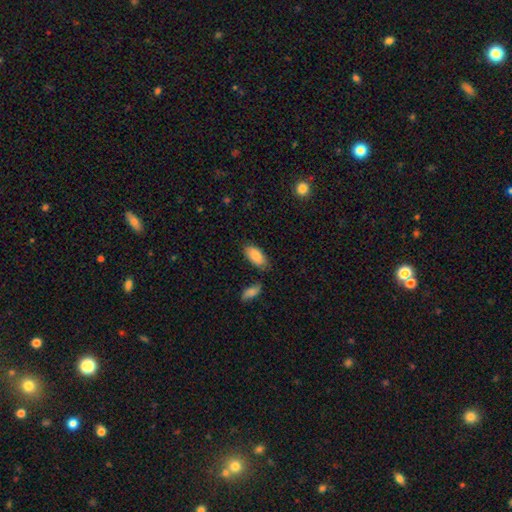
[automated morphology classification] Smooth or featured? Predicted: smooth (p=0.85). How rounded? Predicted: in between (p=0.92). Merging? Predicted: none (p=0.72).